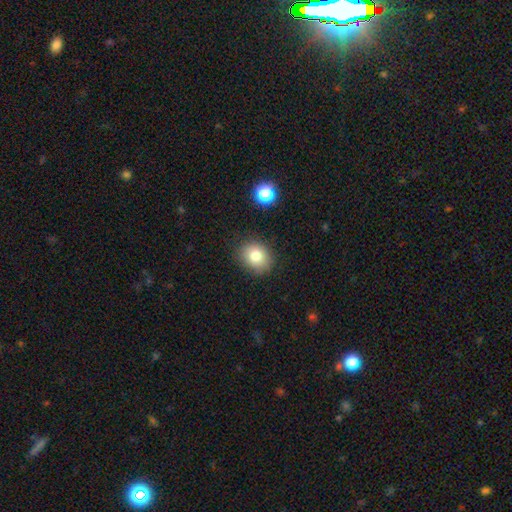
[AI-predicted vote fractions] This is likely a smooth galaxy (80%). How rounded: likely round (61%). Merging: clearly none (84%).